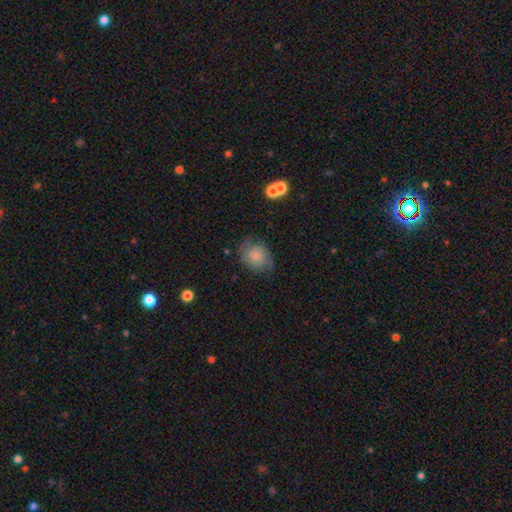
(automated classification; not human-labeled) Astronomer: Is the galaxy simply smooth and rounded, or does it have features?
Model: smooth — 74%.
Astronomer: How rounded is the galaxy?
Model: round — 60% (runner-up: in between, 39%).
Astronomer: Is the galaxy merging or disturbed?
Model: none — 65%.